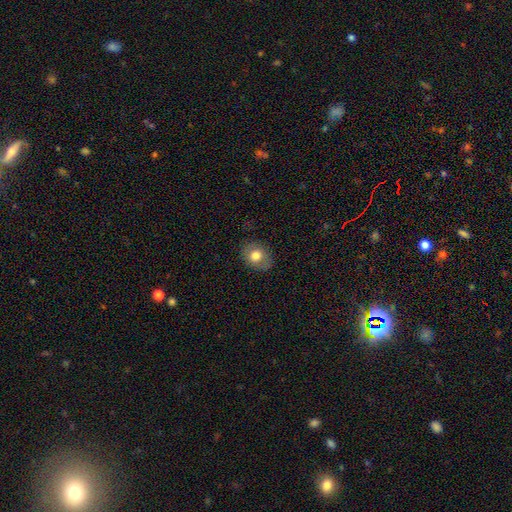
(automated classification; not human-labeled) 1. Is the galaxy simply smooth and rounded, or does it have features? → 74% smooth, 18% featured or disk, 8% star or artifact.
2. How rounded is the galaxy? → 52% in between, 48% round, 1% cigar-shaped.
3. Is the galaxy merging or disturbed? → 82% none, 13% minor disturbance, 4% major disturbance, 1% merger.